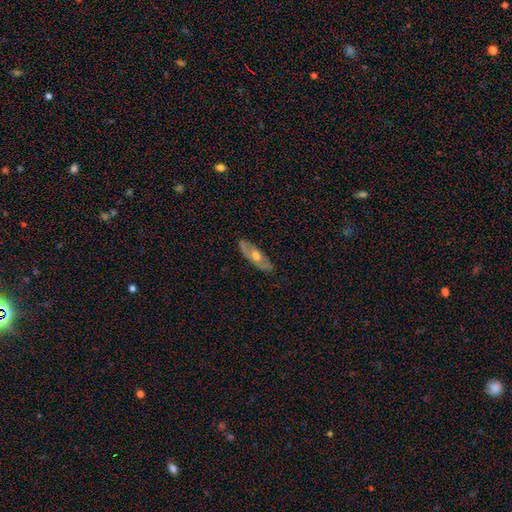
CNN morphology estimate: smooth_or_featured: featured or disk (p=0.59) [alt: smooth p=0.35]
disk_edge_on: no (p=0.65) [alt: yes p=0.35]
merging: none (p=0.84) [alt: minor disturbance p=0.12]